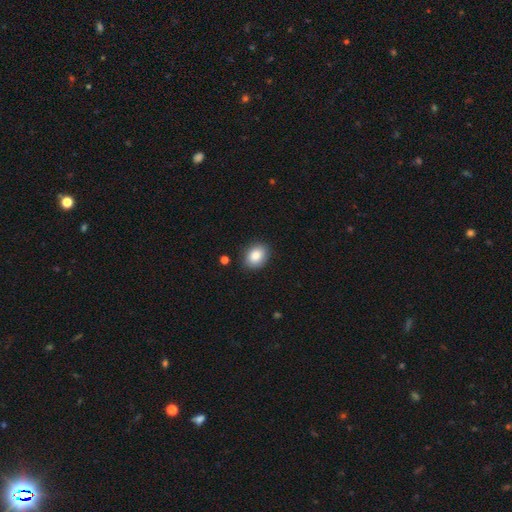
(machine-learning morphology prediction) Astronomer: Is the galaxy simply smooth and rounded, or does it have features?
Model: smooth — 86%.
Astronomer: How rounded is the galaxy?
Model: in between — 62%.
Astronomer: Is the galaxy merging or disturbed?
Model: none — 85%.